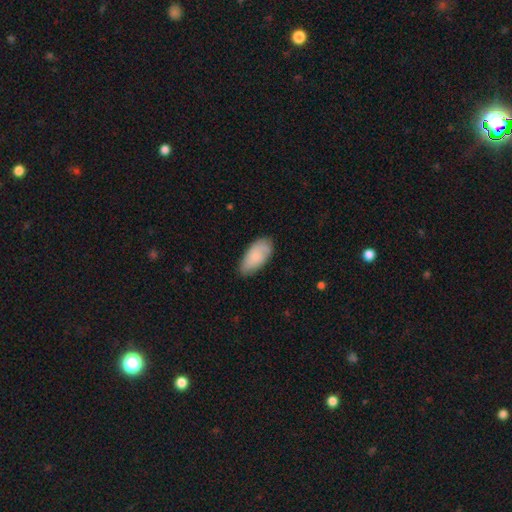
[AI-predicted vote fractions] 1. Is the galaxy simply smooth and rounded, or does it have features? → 78% smooth, 16% featured or disk, 6% star or artifact.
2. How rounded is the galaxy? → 92% in between, 5% cigar-shaped, 2% round.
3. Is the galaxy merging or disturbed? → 73% none, 21% minor disturbance, 4% major disturbance, 1% merger.